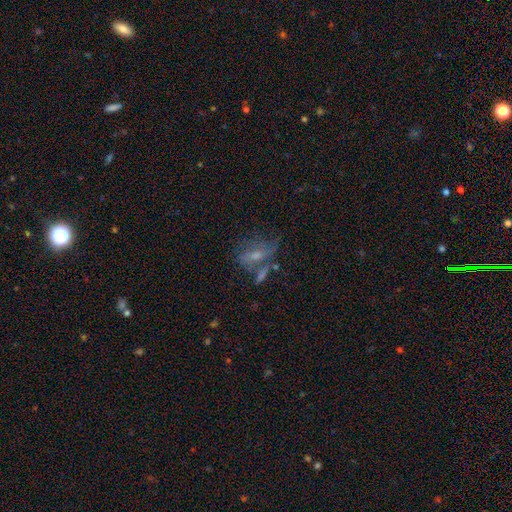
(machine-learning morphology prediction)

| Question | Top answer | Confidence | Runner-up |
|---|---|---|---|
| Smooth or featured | featured or disk | 45% | smooth (38%) |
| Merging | none | 40% | major disturbance (20%) |